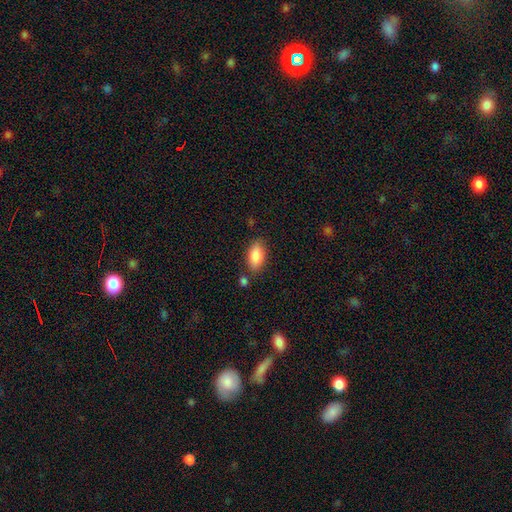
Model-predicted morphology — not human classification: A smooth galaxy with no disk features (87%) that is in between round and cigar-shaped (91%). Merging: none (76%).